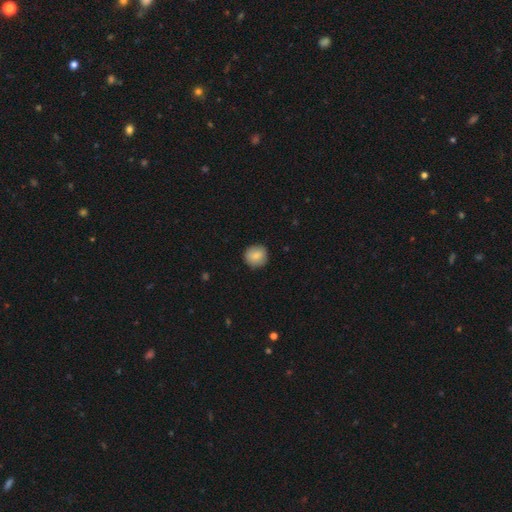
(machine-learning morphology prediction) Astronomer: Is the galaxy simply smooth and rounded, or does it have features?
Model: smooth — 84%.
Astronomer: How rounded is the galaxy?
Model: round — 91%.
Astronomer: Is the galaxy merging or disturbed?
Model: none — 89%.